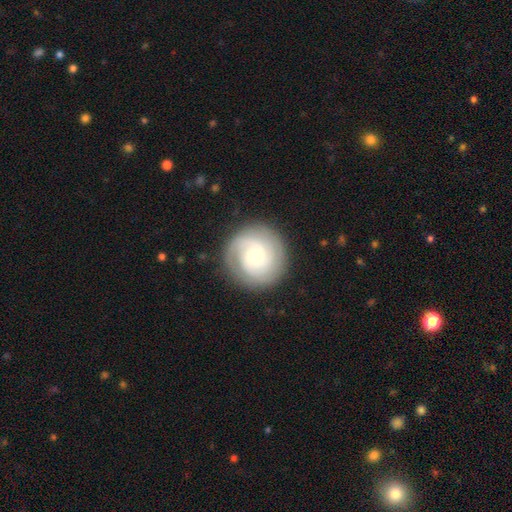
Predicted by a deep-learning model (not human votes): featured or disk 69%, smooth 24%, star or artifact 6%. Down the decision tree: edge-on disk — no (98%); bar — no (77%); spiral arms — yes (91%); spiral arm count — 2 (30%); spiral winding — tight (66%); bulge size — small (58%); merging — none (86%).